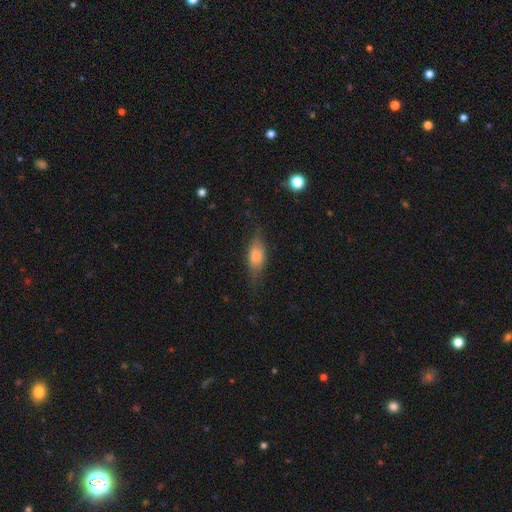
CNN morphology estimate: Smooth or featured: smooth — 60% (featured or disk — 31%)
How rounded: in between — 65% (cigar-shaped — 30%)
Merging: none — 72% (minor disturbance — 20%)